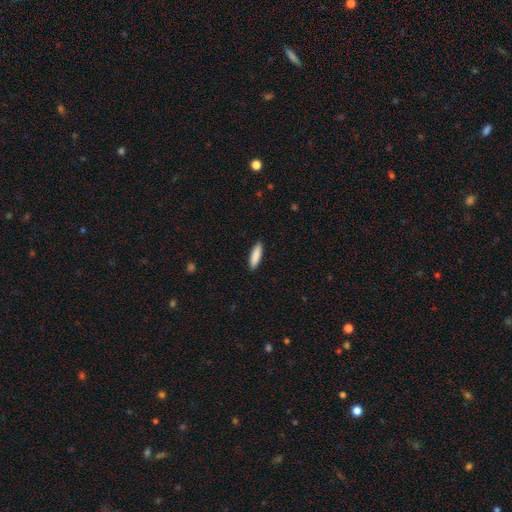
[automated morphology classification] smooth-or-featured: smooth: 88% | featured or disk: 6% | star or artifact: 5%
  how-rounded: cigar-shaped: 65% | in between: 33% | round: 1%
  merging: none: 90% | minor disturbance: 7% | major disturbance: 2% | merger: 1%